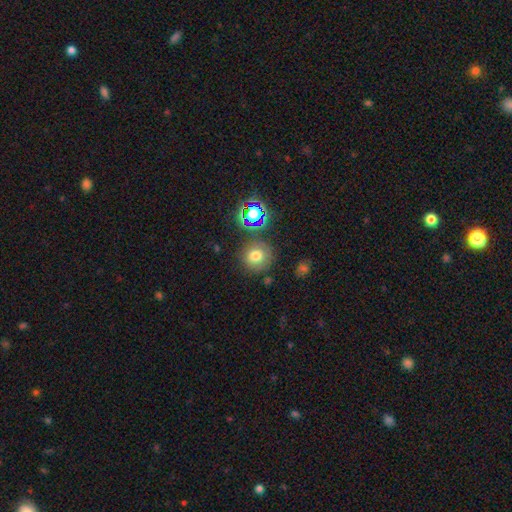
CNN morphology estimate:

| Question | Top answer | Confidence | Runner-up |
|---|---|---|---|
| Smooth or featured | smooth | 70% | star or artifact (20%) |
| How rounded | round | 91% | in between (8%) |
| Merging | none | 80% | minor disturbance (10%) |